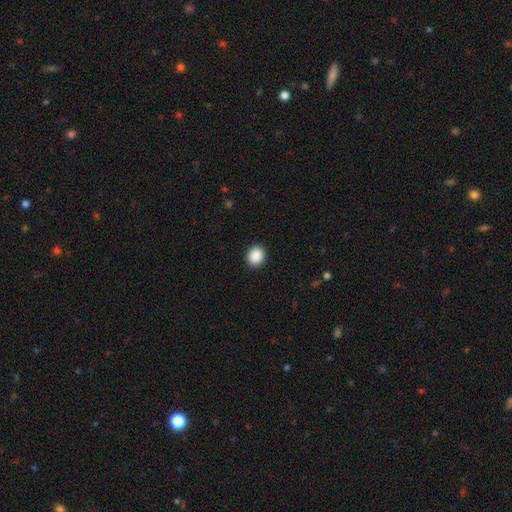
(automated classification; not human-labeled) Morphology: type=smooth (89%); roundness=round (68%); merging=none (92%).